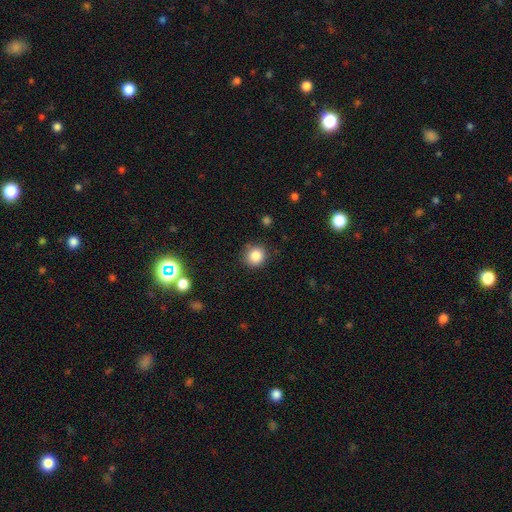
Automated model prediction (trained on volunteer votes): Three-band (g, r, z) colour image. It shows a smooth galaxy with no disk features (85%) that is round (88%). Merging: none (85%).